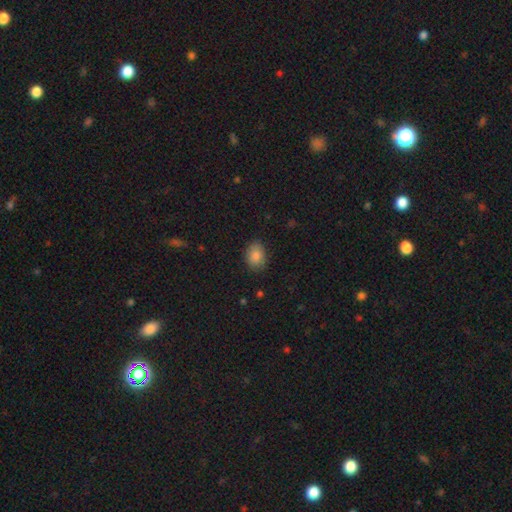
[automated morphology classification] Overall: smooth (85%). How rounded: in between (67%; round 32%). Merging: none (84%).